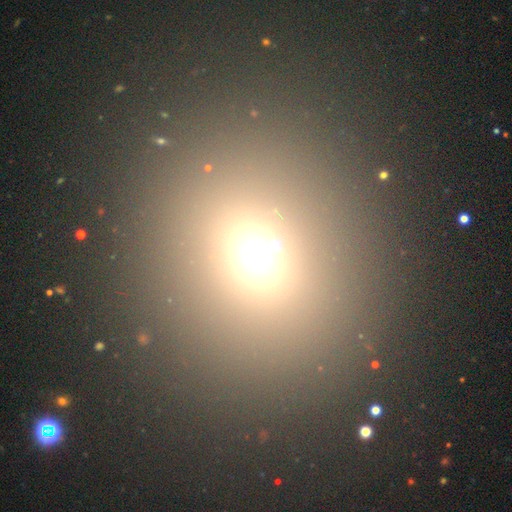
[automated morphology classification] Overall: smooth (66%). How rounded: round (76%). Merging: none (85%).